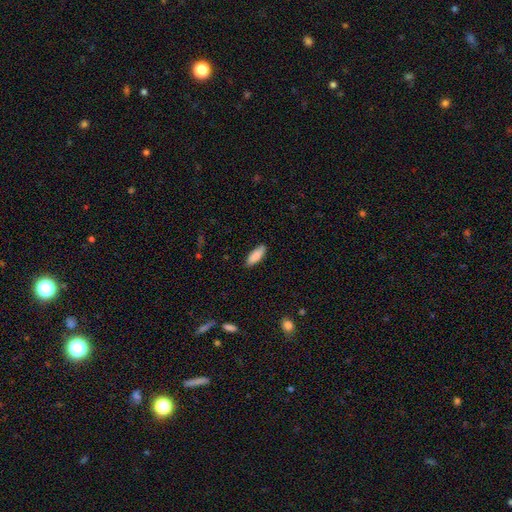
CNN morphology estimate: type=smooth (88%); roundness=in between (69%); merging=none (87%).